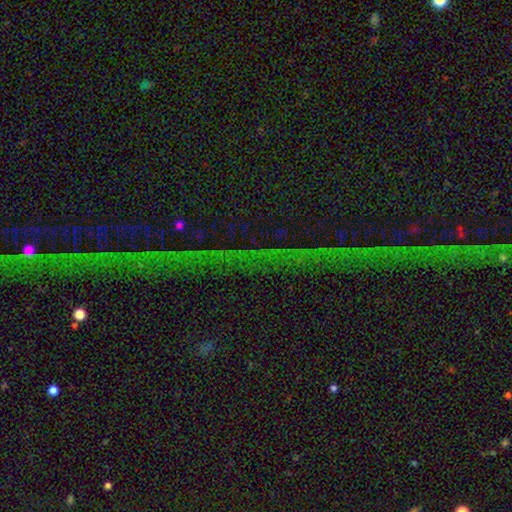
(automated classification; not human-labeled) smooth_or_featured: star or artifact (p=0.80) [alt: featured or disk p=0.11]